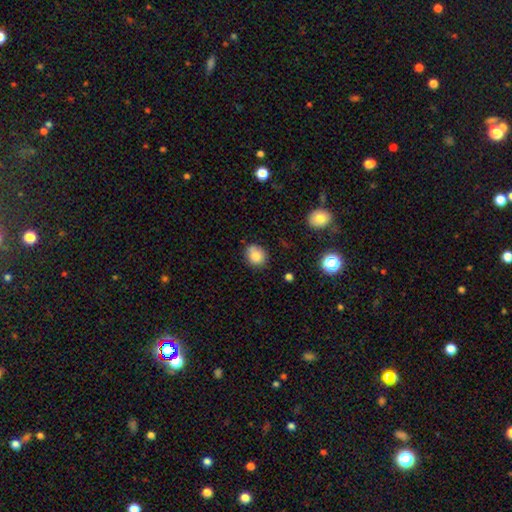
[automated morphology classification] This appears to be a smooth galaxy with no disk features (81%) that is round (69%). Merging: none (73%).